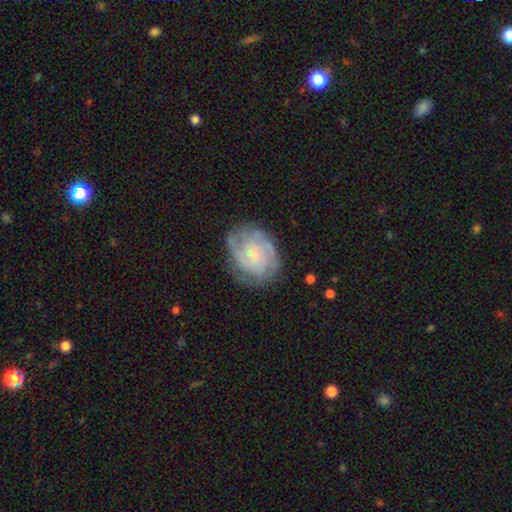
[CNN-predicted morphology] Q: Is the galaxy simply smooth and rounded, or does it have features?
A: featured or disk — 73%.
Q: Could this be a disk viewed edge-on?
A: no — 97%.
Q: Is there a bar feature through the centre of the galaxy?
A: no — 66%.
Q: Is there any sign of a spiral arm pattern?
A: yes — 91%.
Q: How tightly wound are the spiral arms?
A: tight — 60%.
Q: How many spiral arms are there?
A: can't tell — 36%.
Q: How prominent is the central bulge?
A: small — 66%.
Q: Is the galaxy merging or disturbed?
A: none — 73%.